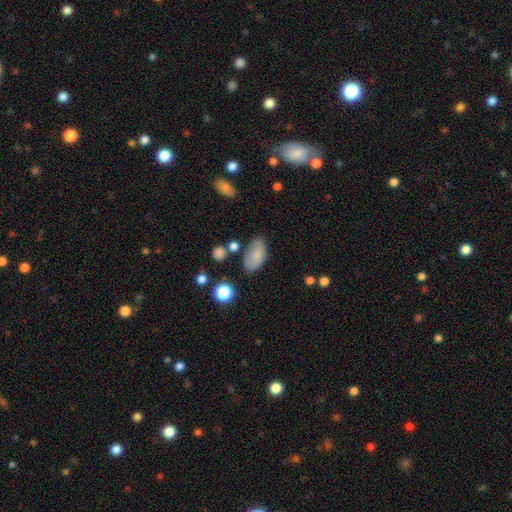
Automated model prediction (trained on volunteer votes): This is likely a smooth galaxy (79%). How rounded: clearly in between (93%). Merging: likely none (68%).